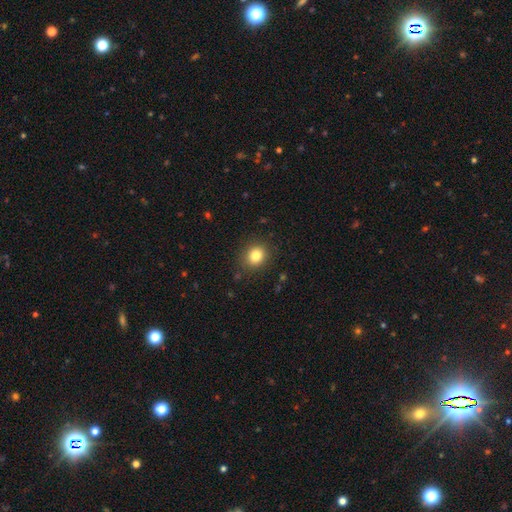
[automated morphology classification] A smooth galaxy with no disk features (82%) that is round (75%). Merging: none (87%).